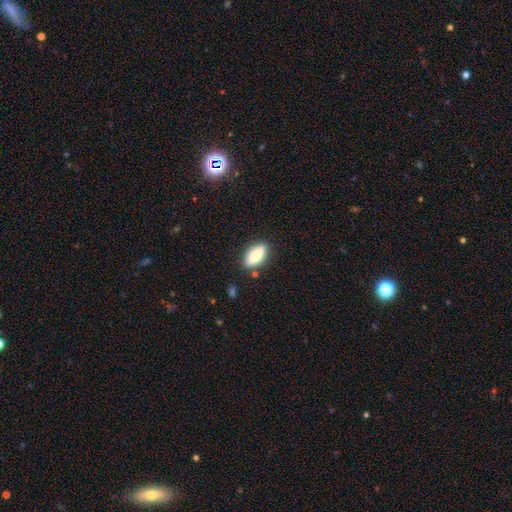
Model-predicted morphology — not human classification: smooth-or-featured: smooth: 75% | featured or disk: 18% | star or artifact: 7%
  how-rounded: in between: 85% | cigar-shaped: 11% | round: 3%
  merging: none: 83% | minor disturbance: 11% | merger: 3% | major disturbance: 3%